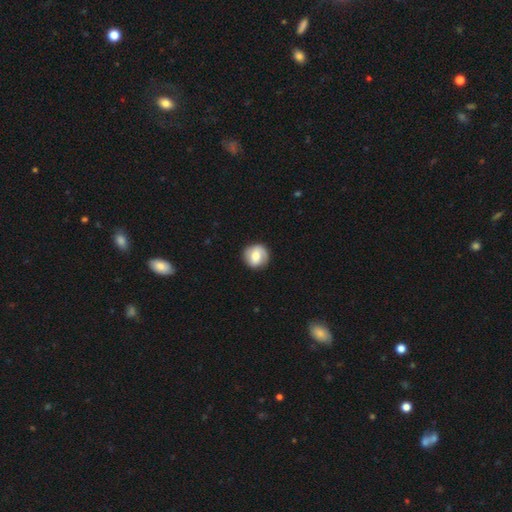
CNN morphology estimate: Q: Smooth or featured?
A: smooth (56%); runner-up: featured or disk (37%)
Q: How rounded?
A: round (90%); runner-up: in between (9%)
Q: Merging?
A: none (86%); runner-up: minor disturbance (10%)